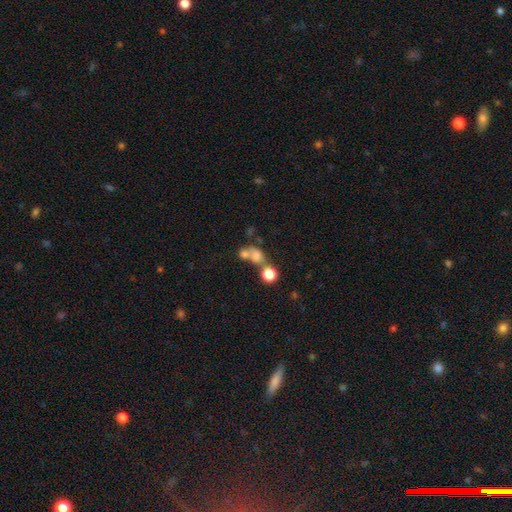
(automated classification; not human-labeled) Smooth or featured? Predicted: smooth (p=0.68). How rounded? Predicted: round (p=0.58). Merging? Predicted: merger (p=0.55).